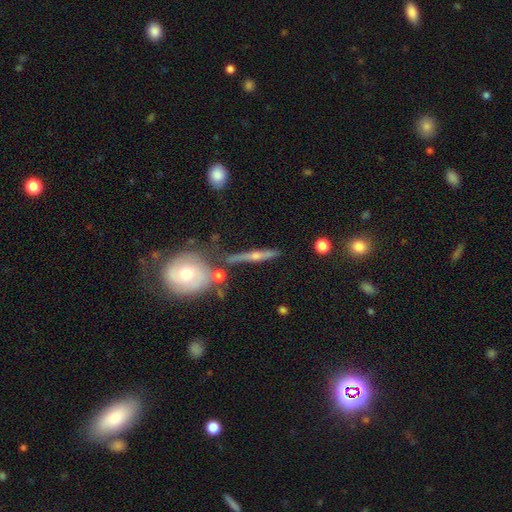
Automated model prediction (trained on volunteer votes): Overall: featured or disk (61%; smooth 23%). Edge-on disk: yes (80%). Merging: none (71%).